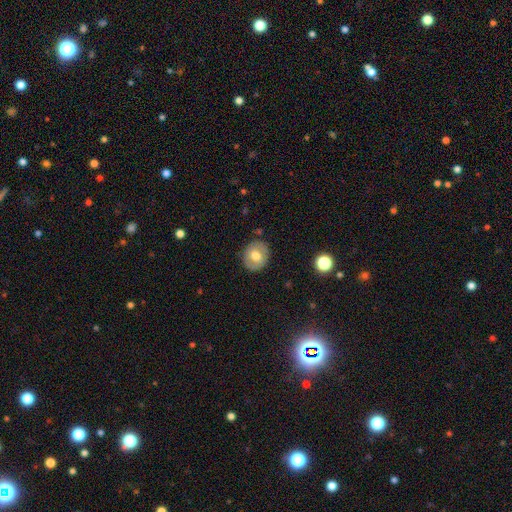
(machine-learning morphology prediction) smooth-or-featured: smooth: 64% | featured or disk: 28% | star or artifact: 8%
  how-rounded: round: 73% | in between: 26% | cigar-shaped: 1%
  merging: none: 85% | minor disturbance: 11% | major disturbance: 3% | merger: 1%